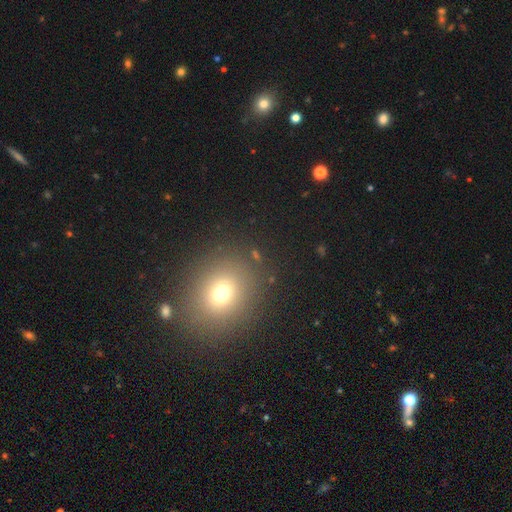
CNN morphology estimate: type=smooth (66%); roundness=round (68%); merging=none (84%).